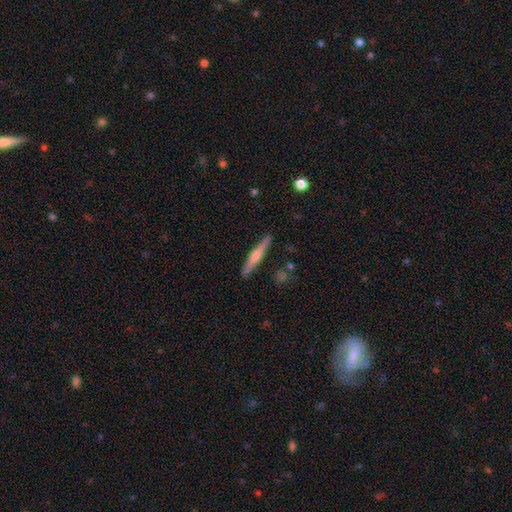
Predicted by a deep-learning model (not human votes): Q: Smooth or featured?
A: featured or disk (64%); runner-up: smooth (30%)
Q: Edge-on disk?
A: yes (97%); runner-up: no (3%)
Q: Edge-on bulge?
A: rounded (83%); runner-up: none (10%)
Q: Merging?
A: none (90%); runner-up: minor disturbance (7%)